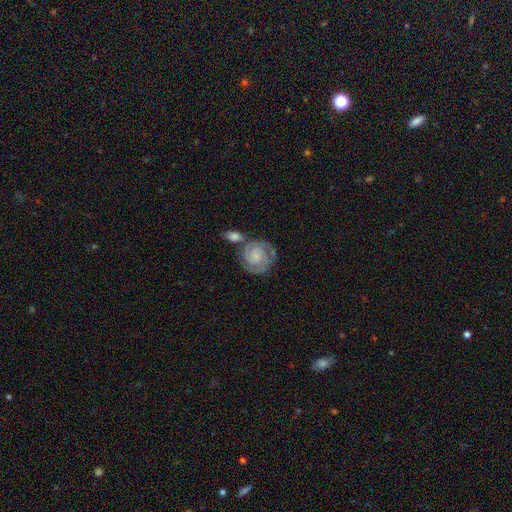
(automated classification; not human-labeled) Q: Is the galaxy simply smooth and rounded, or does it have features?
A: featured or disk — 84%.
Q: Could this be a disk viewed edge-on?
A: no — 98%.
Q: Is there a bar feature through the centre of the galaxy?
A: no — 65%.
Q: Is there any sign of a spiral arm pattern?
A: yes — 98%.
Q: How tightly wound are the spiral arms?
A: tight — 74%.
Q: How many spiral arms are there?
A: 2 — 77%.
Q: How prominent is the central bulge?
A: small — 52%.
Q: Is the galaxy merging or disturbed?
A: none — 61%.